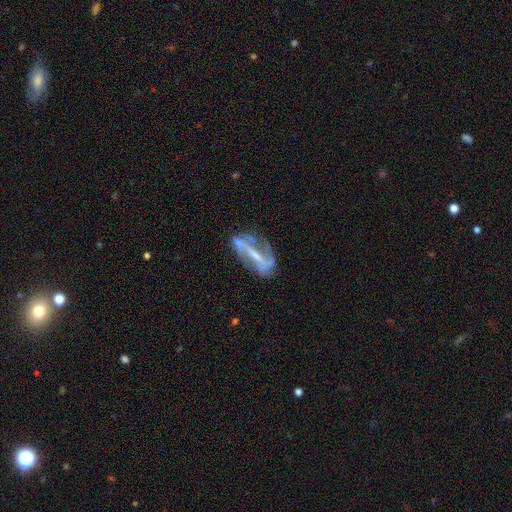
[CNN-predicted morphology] A featured or disk galaxy (78%) with a strong bar (59%), 2 (66%) loose (48%) spiral arms (75%) and a small central bulge (45%). Merging: none (50%).